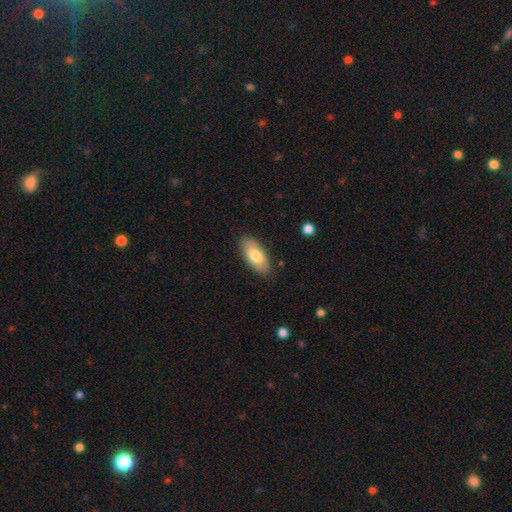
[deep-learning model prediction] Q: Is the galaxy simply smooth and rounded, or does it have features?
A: smooth — 76%.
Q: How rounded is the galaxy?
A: in between — 88%.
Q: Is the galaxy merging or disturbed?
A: none — 86%.